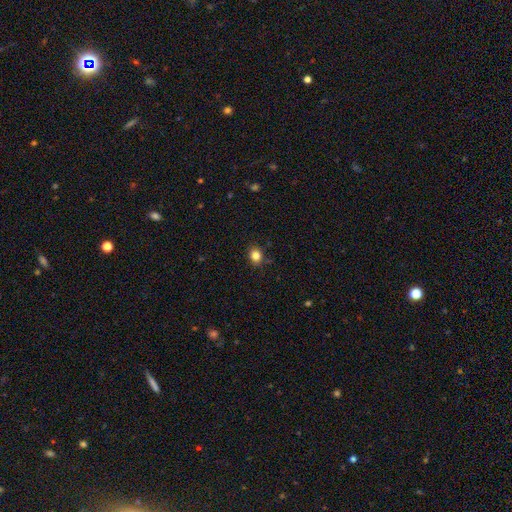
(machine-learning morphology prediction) Overall: smooth (82%). How rounded: round (71%). Merging: none (86%).